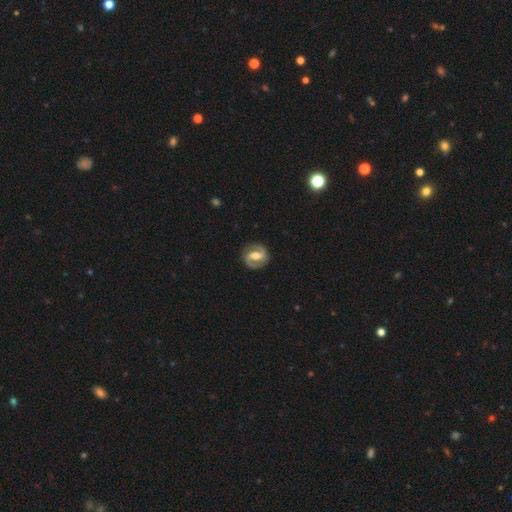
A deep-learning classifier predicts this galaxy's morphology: type=featured or disk (85%); edge-on=no (97%); bar=strong (45%); spiral arms=yes (94%); winding=medium (53%); arm count=2 (92%); bulge=moderate (64%); merging=none (86%).